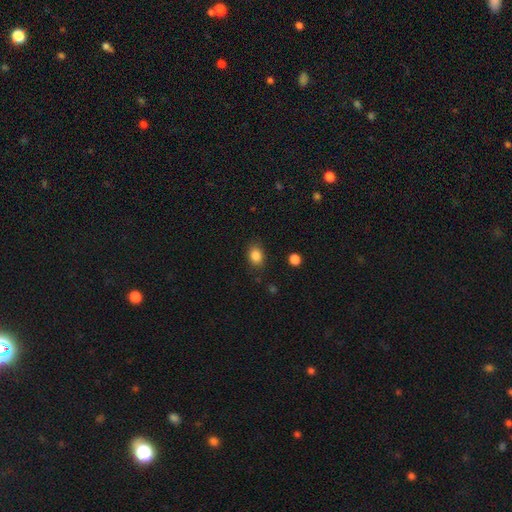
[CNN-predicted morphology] smooth 86%, star or artifact 10%, featured or disk 4%. Down the decision tree: how rounded — in between (61%); merging — none (82%).